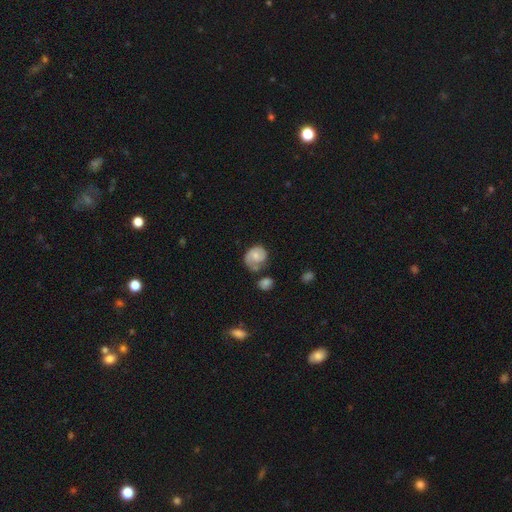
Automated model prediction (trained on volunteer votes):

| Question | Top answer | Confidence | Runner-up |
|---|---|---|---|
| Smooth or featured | featured or disk | 57% | smooth (36%) |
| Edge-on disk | no | 98% | yes (2%) |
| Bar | no | 66% | weak (30%) |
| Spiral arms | yes | 83% | no (17%) |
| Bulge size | moderate | 47% | small (41%) |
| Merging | none | 47% | minor disturbance (26%) |